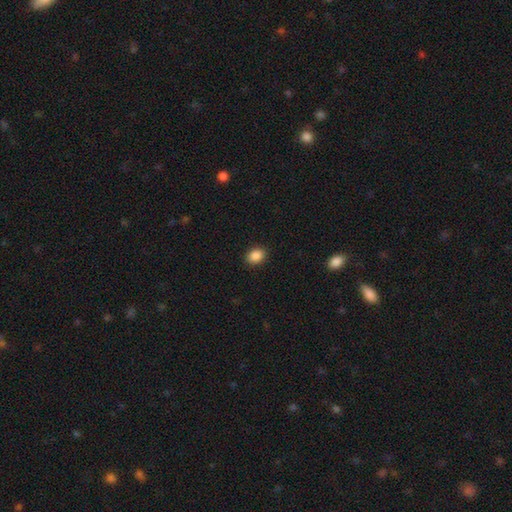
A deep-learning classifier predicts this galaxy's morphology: Smooth or featured?
  - smooth: 88% *
  - star or artifact: 9%
  - featured or disk: 3%
How rounded?
  - in between: 54% *
  - round: 45%
  - cigar-shaped: 1%
Merging?
  - none: 91% *
  - minor disturbance: 6%
  - major disturbance: 2%
  - merger: 1%